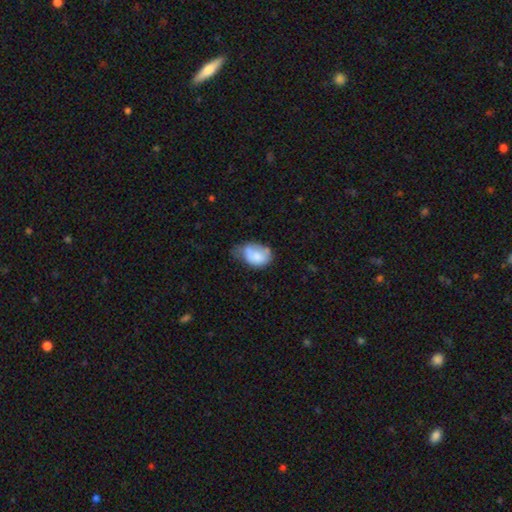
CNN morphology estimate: smooth_or_featured: smooth (p=0.73) [alt: featured or disk p=0.19]
how_rounded: in between (p=0.79) [alt: round p=0.20]
merging: minor disturbance (p=0.42) [alt: none p=0.26]